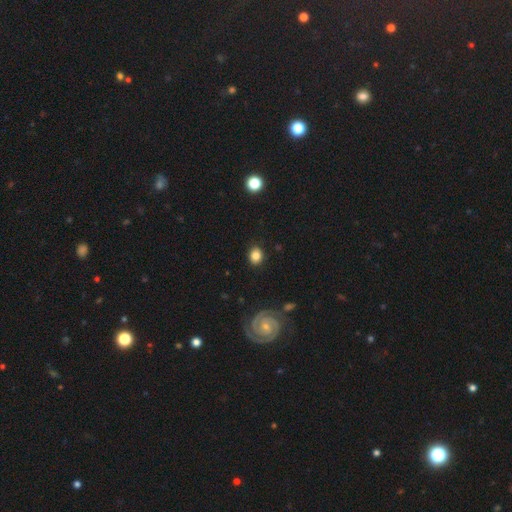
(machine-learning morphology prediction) The model was most divided on "how rounded": round: 65%, in between: 34%, cigar-shaped: 1%. More confident: merging — none (87%); smooth or featured — smooth (80%).